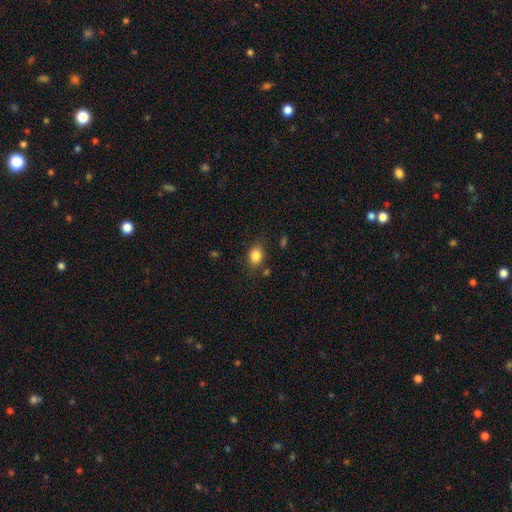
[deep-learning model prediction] Smooth or featured? smooth (84%)
How rounded? in between (61%)
Merging? none (78%)